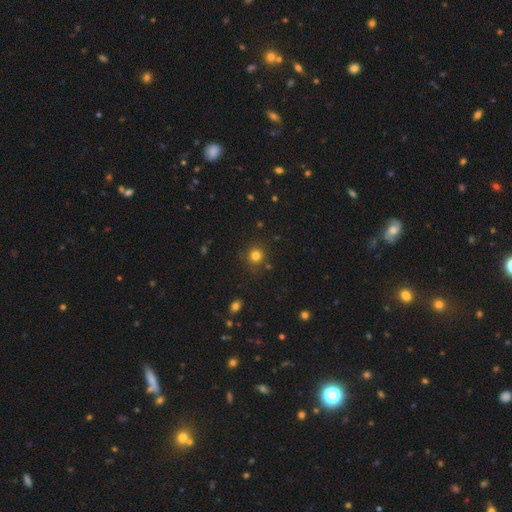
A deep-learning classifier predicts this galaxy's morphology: Smooth or featured?
  - smooth: 79% *
  - star or artifact: 16%
  - featured or disk: 6%
How rounded?
  - round: 92% *
  - in between: 7%
  - cigar-shaped: 1%
Merging?
  - none: 85% *
  - minor disturbance: 9%
  - merger: 3%
  - major disturbance: 3%